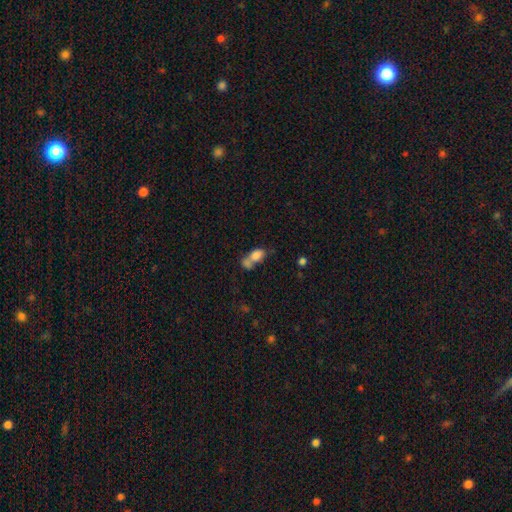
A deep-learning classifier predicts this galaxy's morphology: This is likely a smooth galaxy (78%). How rounded: clearly in between (80%). Merging: likely merger (66%).